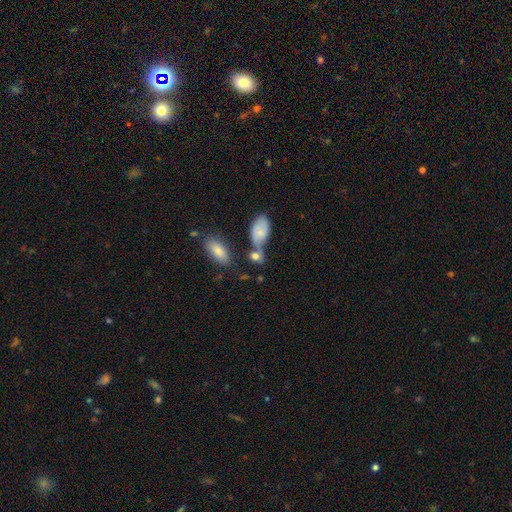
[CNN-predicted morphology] A smooth galaxy with no disk features (70%) that is in between round and cigar-shaped (72%). Merging: none (44%).